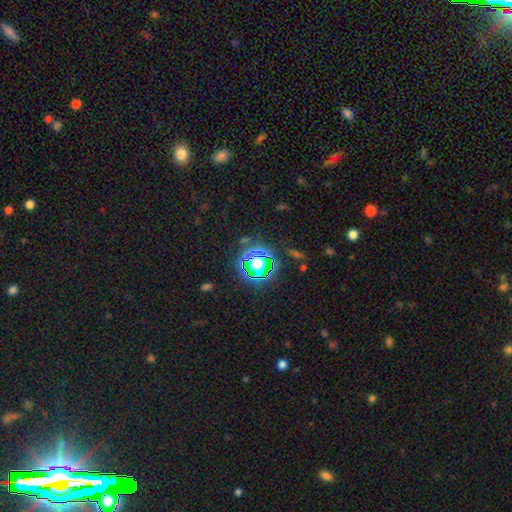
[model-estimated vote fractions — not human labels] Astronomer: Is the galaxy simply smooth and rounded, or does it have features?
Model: star or artifact — 79%.